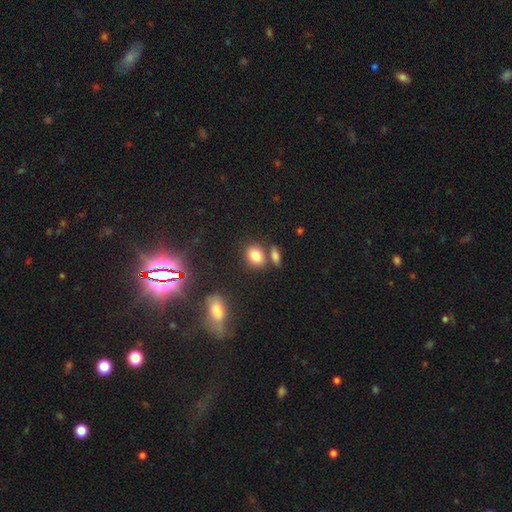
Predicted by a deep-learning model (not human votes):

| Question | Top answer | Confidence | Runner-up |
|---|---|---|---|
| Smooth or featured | smooth | 82% | star or artifact (11%) |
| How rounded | in between | 61% | round (37%) |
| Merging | none | 63% | merger (21%) |